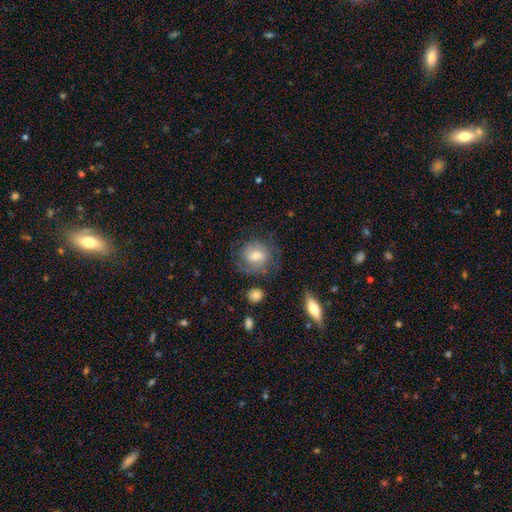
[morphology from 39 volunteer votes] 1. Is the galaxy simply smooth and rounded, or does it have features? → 54% featured or disk, 38% smooth, 8% star or artifact.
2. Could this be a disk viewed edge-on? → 81% no, 19% yes.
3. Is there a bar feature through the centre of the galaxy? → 59% weak, 41% no, 0% strong.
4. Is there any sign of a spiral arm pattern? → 94% yes, 6% no.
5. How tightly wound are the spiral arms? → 88% tight, 12% medium, 0% loose.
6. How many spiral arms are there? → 50% can't tell, 44% 2, 6% 3, 0% 1, 0% 4, 0% more than 4.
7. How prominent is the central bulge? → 76% moderate, 18% small, 6% large, 0% dominant, 0% none.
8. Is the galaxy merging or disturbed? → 75% none, 17% minor disturbance, 6% major disturbance, 3% merger.